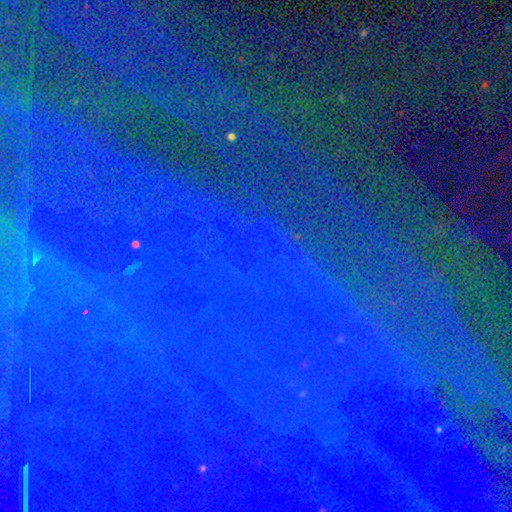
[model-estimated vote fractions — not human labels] star or artifact 85%, featured or disk 8%, smooth 7%.